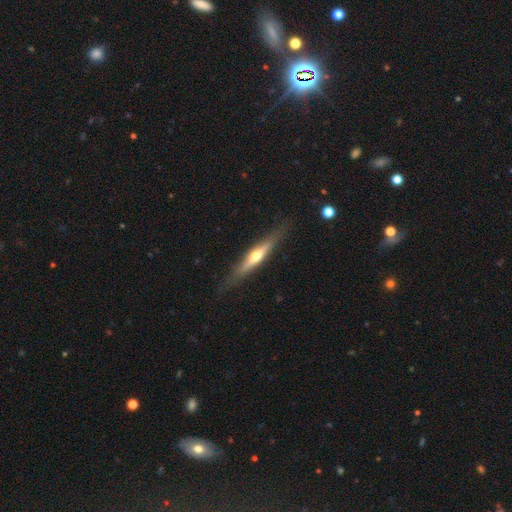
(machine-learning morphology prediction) This is likely a featured or disk galaxy (63%). It is clearly viewed edge-on (95%). Edge-on bulge: clearly rounded (88%). Merging: clearly none (84%).